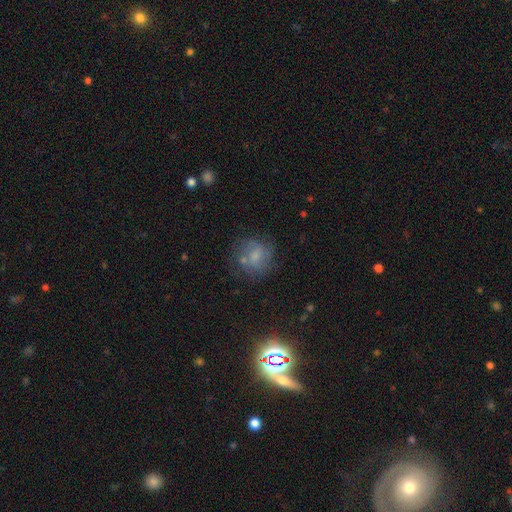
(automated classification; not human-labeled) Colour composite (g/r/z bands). It shows a smooth galaxy with no disk features (53%) that is round (76%). Merging: none (57%).